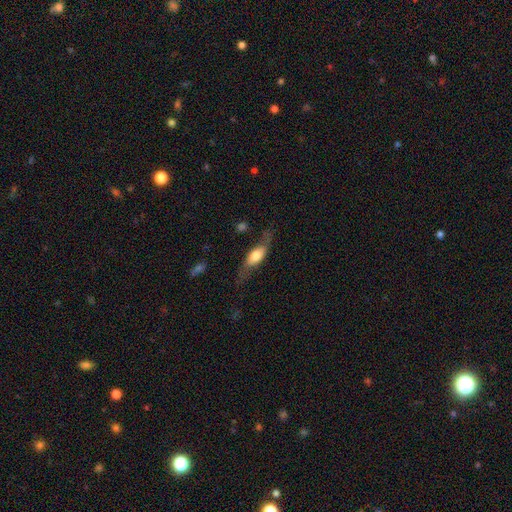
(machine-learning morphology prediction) This appears to be a smooth galaxy with no disk features (48%). Merging: none (58%).